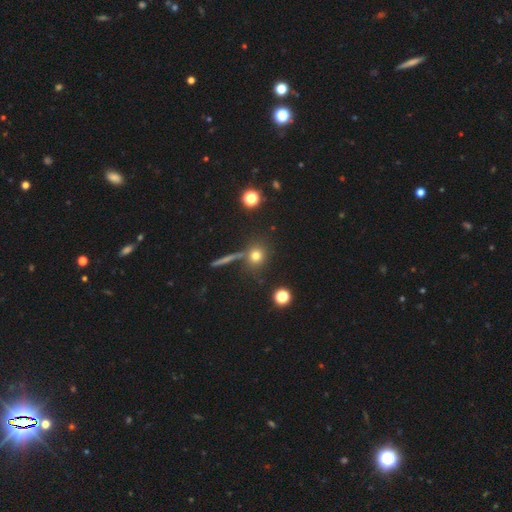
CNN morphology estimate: smooth_or_featured: smooth (p=0.73) [alt: star or artifact p=0.16]
how_rounded: round (p=0.83) [alt: in between p=0.14]
merging: none (p=0.74) [alt: merger p=0.12]